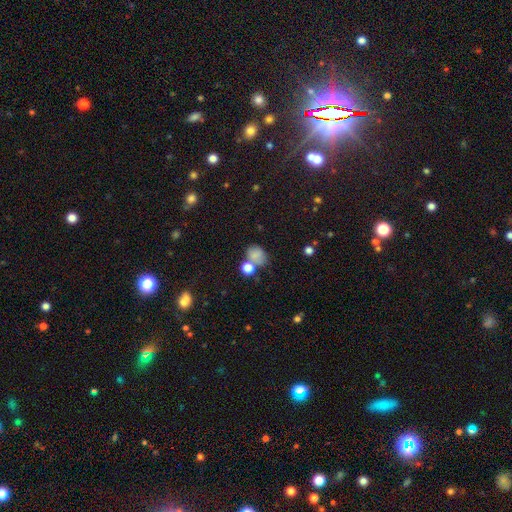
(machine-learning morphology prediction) type=smooth (76%); roundness=round (52%); merging=none (46%).